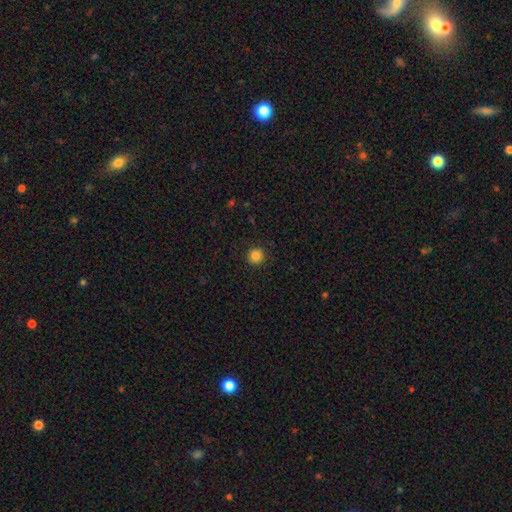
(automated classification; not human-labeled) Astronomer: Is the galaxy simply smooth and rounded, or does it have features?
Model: smooth — 84%.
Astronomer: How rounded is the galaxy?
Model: round — 95%.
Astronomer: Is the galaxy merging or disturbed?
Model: none — 92%.